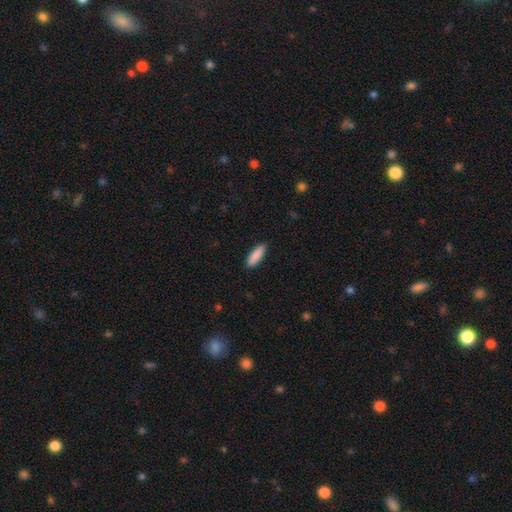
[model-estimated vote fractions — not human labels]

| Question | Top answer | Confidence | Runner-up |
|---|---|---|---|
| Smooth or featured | smooth | 89% | star or artifact (6%) |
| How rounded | cigar-shaped | 52% | in between (46%) |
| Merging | none | 89% | minor disturbance (8%) |